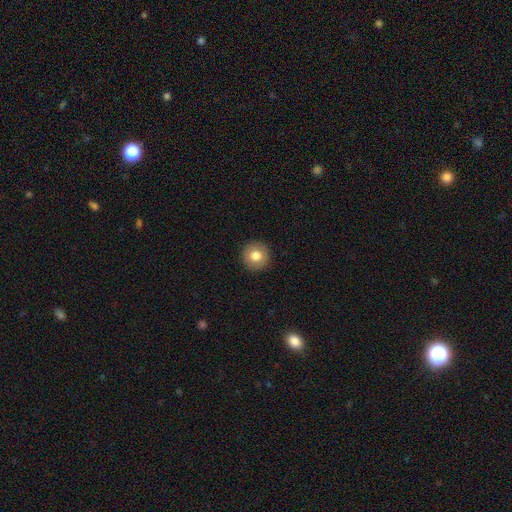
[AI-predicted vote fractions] Q: Smooth or featured?
A: smooth (80%); runner-up: featured or disk (11%)
Q: How rounded?
A: round (95%); runner-up: in between (4%)
Q: Merging?
A: none (92%); runner-up: minor disturbance (5%)